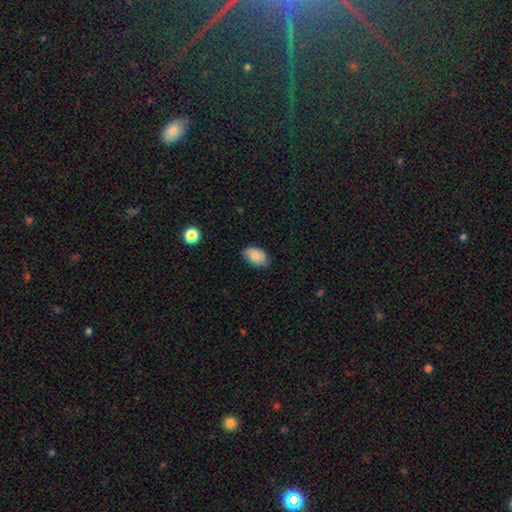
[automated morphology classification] smooth 83%, featured or disk 9%, star or artifact 7%. Down the decision tree: how rounded — in between (91%); merging — none (78%).